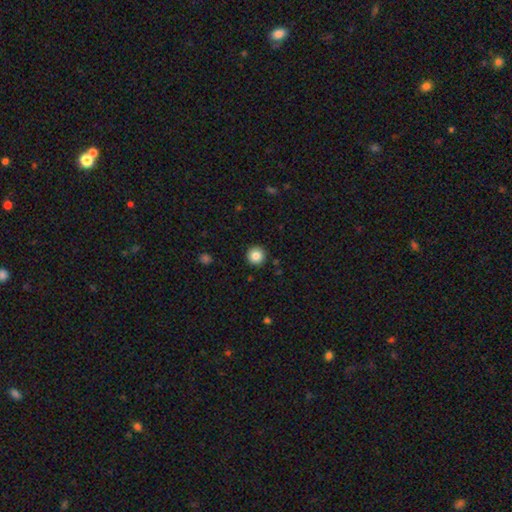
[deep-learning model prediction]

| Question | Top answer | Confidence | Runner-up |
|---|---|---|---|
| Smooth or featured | smooth | 85% | star or artifact (10%) |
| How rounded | round | 96% | in between (3%) |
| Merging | none | 92% | minor disturbance (5%) |